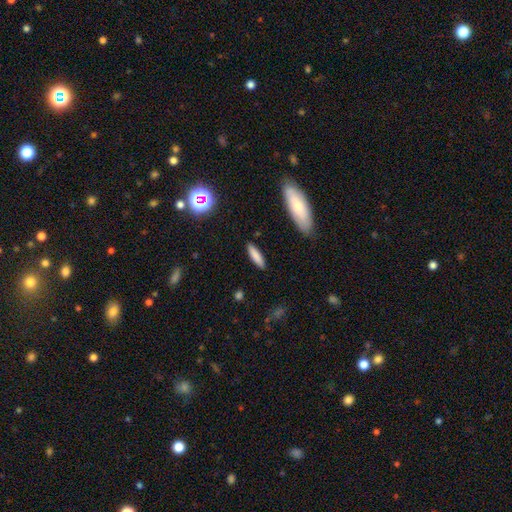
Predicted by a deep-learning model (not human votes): smooth 83%, featured or disk 10%, star or artifact 7%. Down the decision tree: how rounded — cigar-shaped (68%); merging — none (88%).